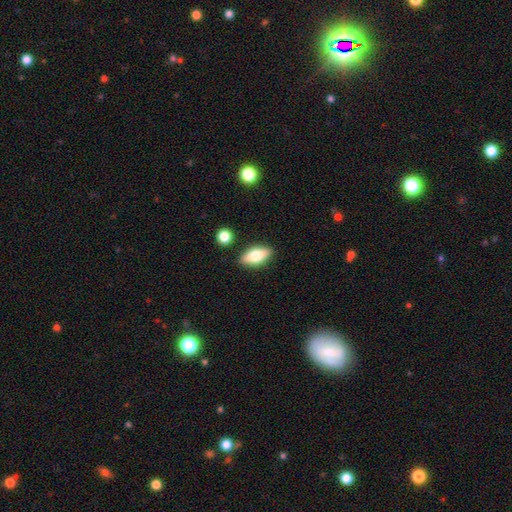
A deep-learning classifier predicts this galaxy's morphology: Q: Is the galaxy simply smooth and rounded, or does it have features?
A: smooth — 65%.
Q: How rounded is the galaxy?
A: in between — 80%.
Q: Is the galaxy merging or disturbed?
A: none — 86%.